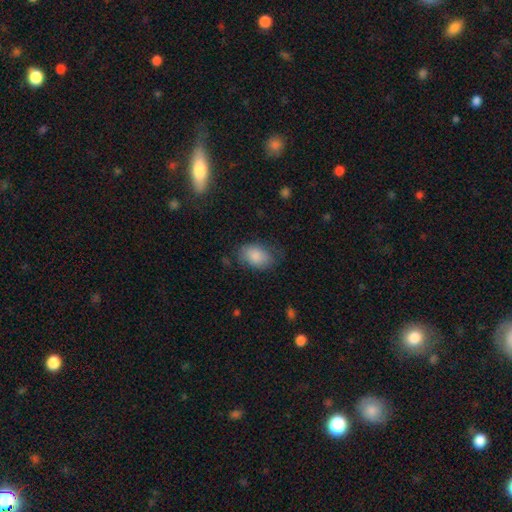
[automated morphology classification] smooth 85%, featured or disk 8%, star or artifact 7%. Down the decision tree: how rounded — in between (85%); merging — none (66%).